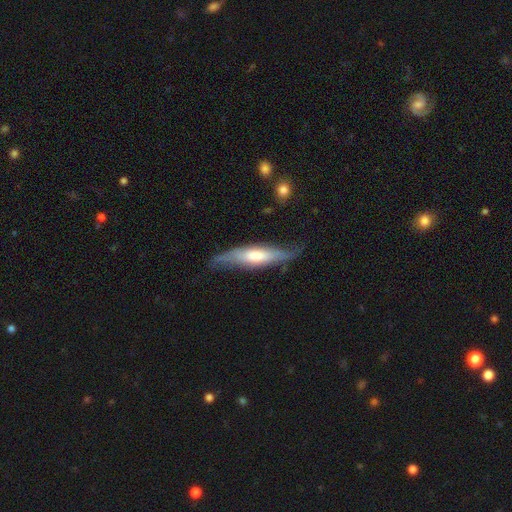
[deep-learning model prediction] smooth_or_featured: featured or disk (p=0.56) [alt: smooth p=0.39]
disk_edge_on: yes (p=0.70) [alt: no p=0.30]
merging: none (p=0.61) [alt: minor disturbance p=0.28]